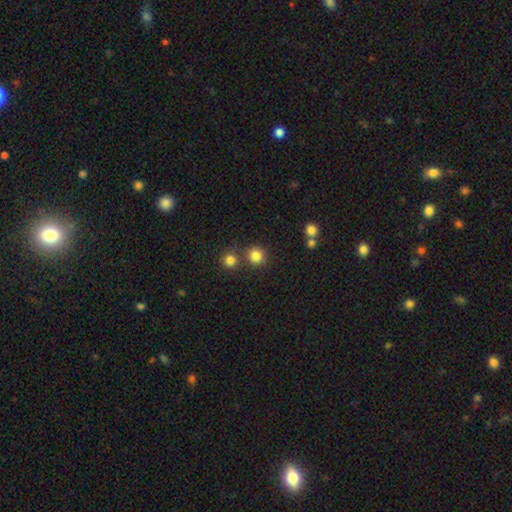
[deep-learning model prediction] smooth-or-featured: smooth: 82% | star or artifact: 13% | featured or disk: 5%
  how-rounded: round: 92% | in between: 7% | cigar-shaped: 1%
  merging: none: 77% | merger: 14% | minor disturbance: 7% | major disturbance: 3%